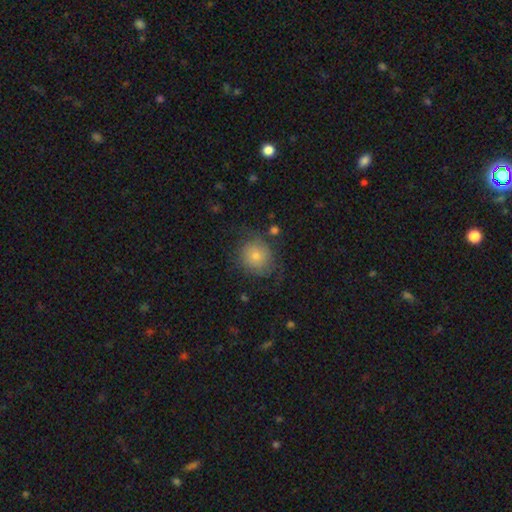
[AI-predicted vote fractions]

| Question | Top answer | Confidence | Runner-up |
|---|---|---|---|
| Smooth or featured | smooth | 65% | featured or disk (27%) |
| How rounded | round | 80% | in between (19%) |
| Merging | none | 59% | minor disturbance (24%) |